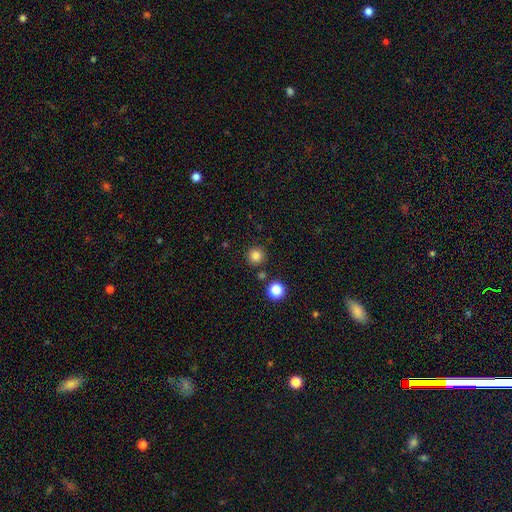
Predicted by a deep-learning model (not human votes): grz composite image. It shows a smooth galaxy with no disk features (83%) that is round (95%). Merging: none (88%).